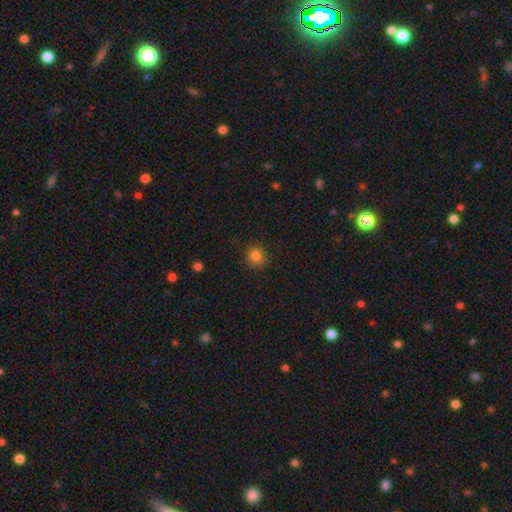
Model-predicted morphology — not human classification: A smooth galaxy with no disk features (82%) that is round (85%). Merging: none (81%).